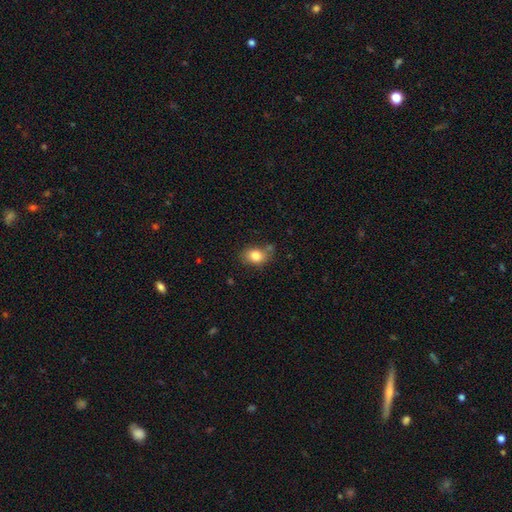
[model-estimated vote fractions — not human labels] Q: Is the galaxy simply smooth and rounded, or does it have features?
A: smooth — 82%.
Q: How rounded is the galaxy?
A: in between — 66%.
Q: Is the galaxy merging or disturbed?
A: none — 69%.